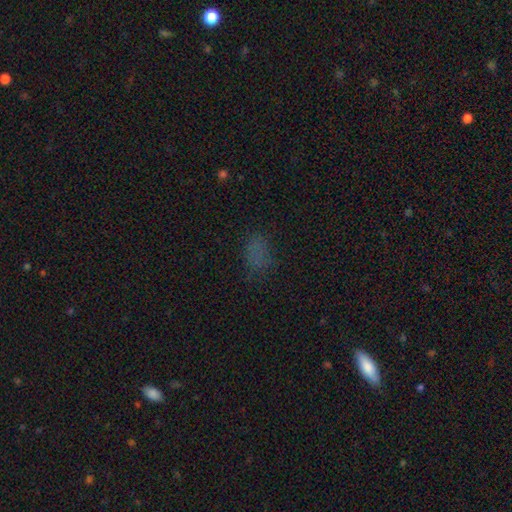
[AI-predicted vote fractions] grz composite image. It shows a smooth galaxy with no disk features (65%) that is in between round and cigar-shaped (77%). Merging: none (77%).